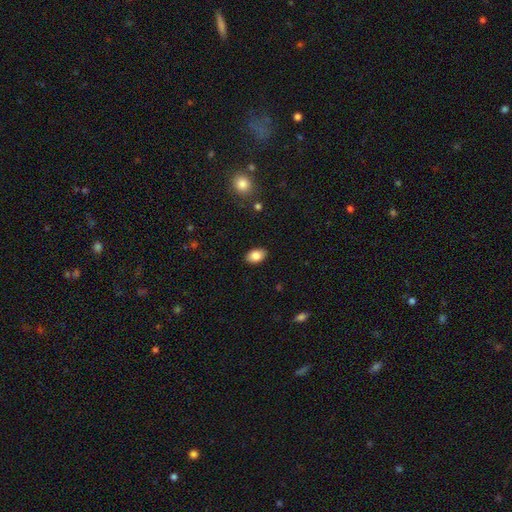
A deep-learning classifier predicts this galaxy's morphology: The model was most divided on "how rounded": in between: 88%, round: 11%, cigar-shaped: 1%. More confident: merging — none (89%); smooth or featured — smooth (85%).